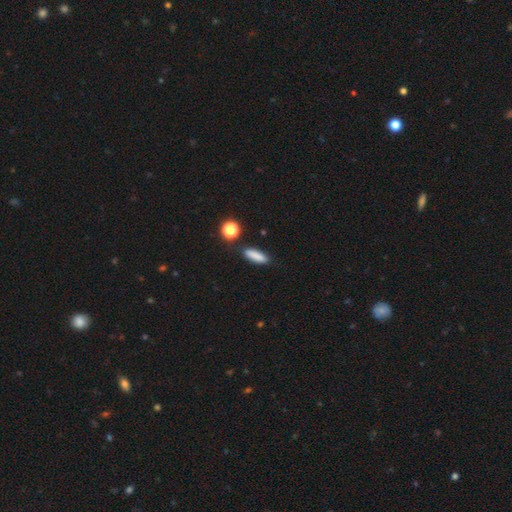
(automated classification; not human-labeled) Q: Smooth or featured?
A: smooth (84%); runner-up: star or artifact (9%)
Q: How rounded?
A: cigar-shaped (56%); runner-up: in between (39%)
Q: Merging?
A: none (83%); runner-up: minor disturbance (10%)